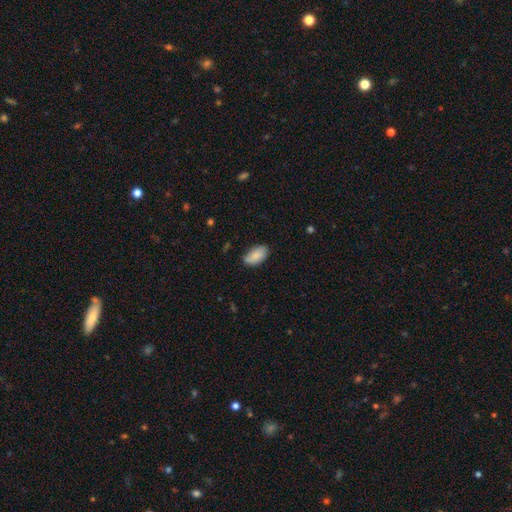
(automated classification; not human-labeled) Smooth or featured: smooth — 86% (featured or disk — 8%)
How rounded: in between — 95% (round — 3%)
Merging: none — 71% (minor disturbance — 23%)